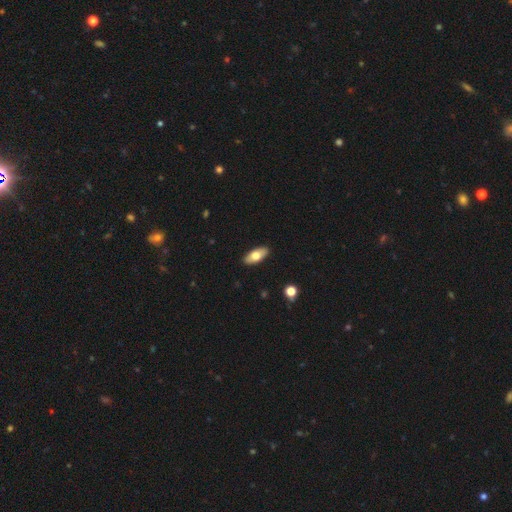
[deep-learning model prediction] Smooth or featured: smooth — 71% (featured or disk — 23%)
How rounded: in between — 86% (cigar-shaped — 12%)
Merging: none — 90% (minor disturbance — 8%)